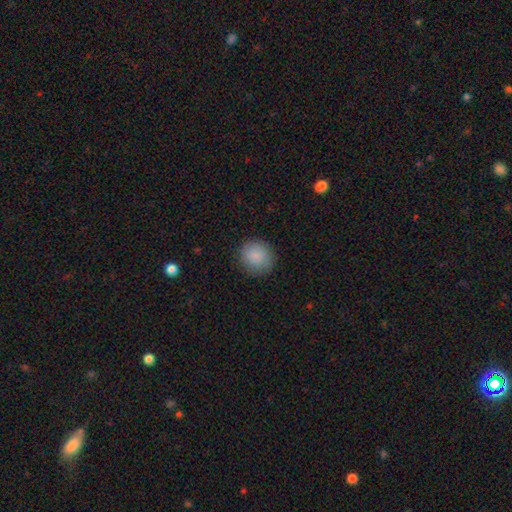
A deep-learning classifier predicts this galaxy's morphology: Smooth or featured? Predicted: smooth (p=0.87). How rounded? Predicted: round (p=0.86). Merging? Predicted: none (p=0.85).